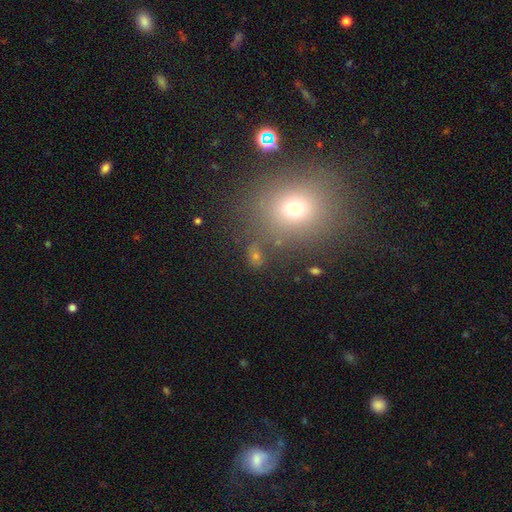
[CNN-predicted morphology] Smooth or featured? Predicted: smooth (p=0.58). How rounded? Predicted: round (p=0.62). Merging? Predicted: none (p=0.71).